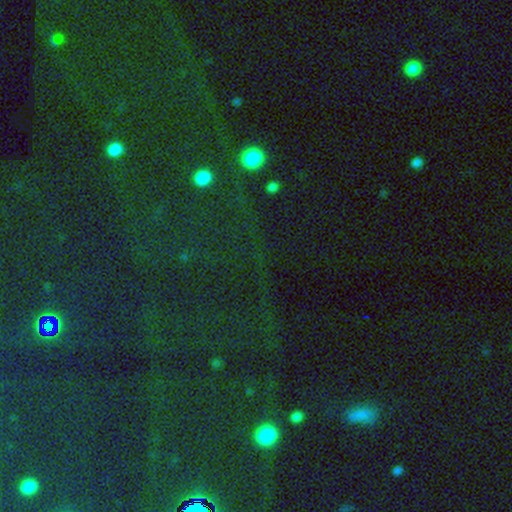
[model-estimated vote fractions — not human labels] star or artifact 77%, smooth 15%, featured or disk 9%.